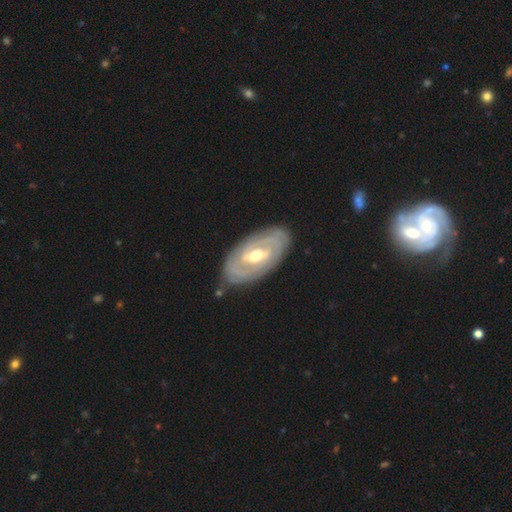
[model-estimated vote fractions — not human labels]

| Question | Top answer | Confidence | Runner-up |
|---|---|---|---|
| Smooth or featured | featured or disk | 78% | smooth (17%) |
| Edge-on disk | no | 92% | yes (8%) |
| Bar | weak | 46% | strong (28%) |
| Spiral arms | yes | 73% | no (27%) |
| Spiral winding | tight | 74% | medium (20%) |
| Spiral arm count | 2 | 44% | can't tell (39%) |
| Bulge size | moderate | 71% | small (21%) |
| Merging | none | 82% | minor disturbance (13%) |